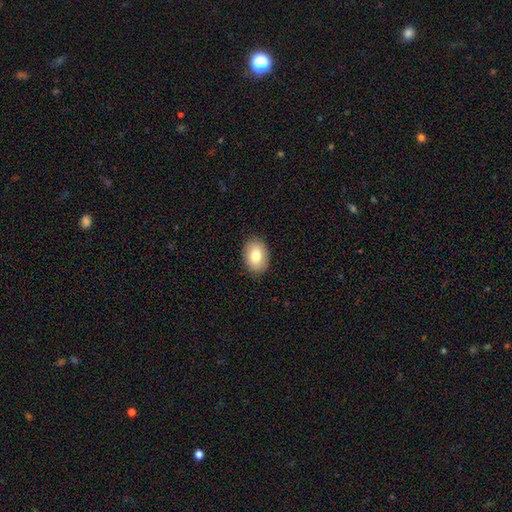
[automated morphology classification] smooth-or-featured: smooth: 80% | featured or disk: 13% | star or artifact: 7%
  how-rounded: in between: 80% | round: 19% | cigar-shaped: 1%
  merging: none: 88% | minor disturbance: 9% | major disturbance: 2% | merger: 1%